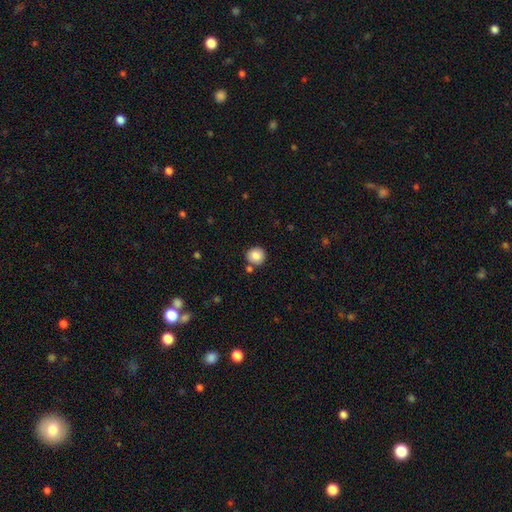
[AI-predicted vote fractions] A smooth galaxy with no disk features (85%) that is round (92%). Merging: none (82%).